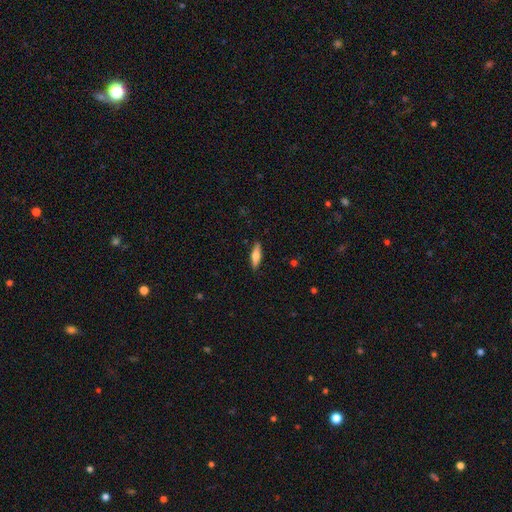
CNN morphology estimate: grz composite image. It shows a smooth galaxy with no disk features (63%) that is cigar-shaped (61%). Merging: none (89%).